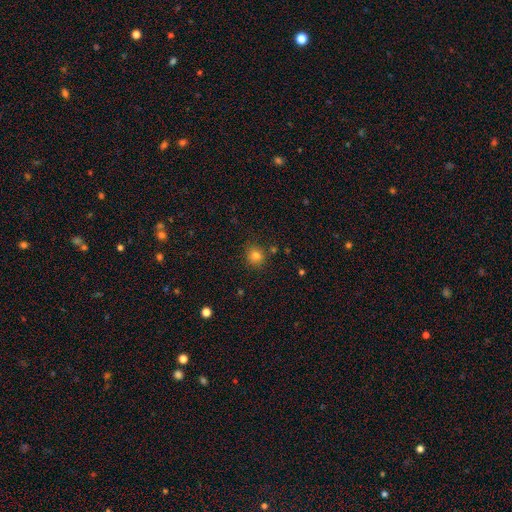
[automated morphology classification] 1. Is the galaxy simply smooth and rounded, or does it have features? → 80% smooth, 13% star or artifact, 7% featured or disk.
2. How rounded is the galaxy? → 87% round, 12% in between, 1% cigar-shaped.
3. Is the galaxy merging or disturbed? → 84% none, 10% minor disturbance, 3% merger, 3% major disturbance.